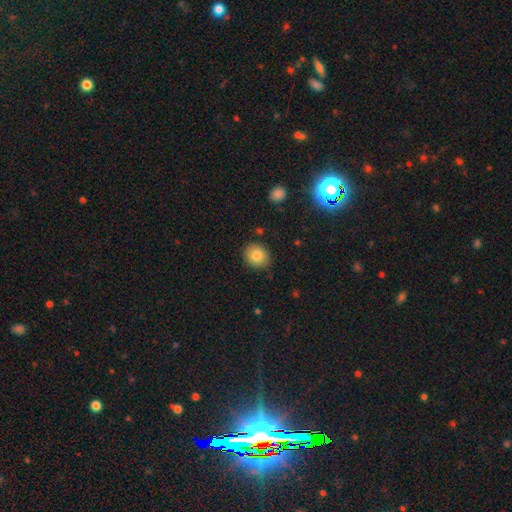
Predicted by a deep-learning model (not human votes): This appears to be a smooth galaxy with no disk features (83%) that is round (77%). Merging: none (87%).